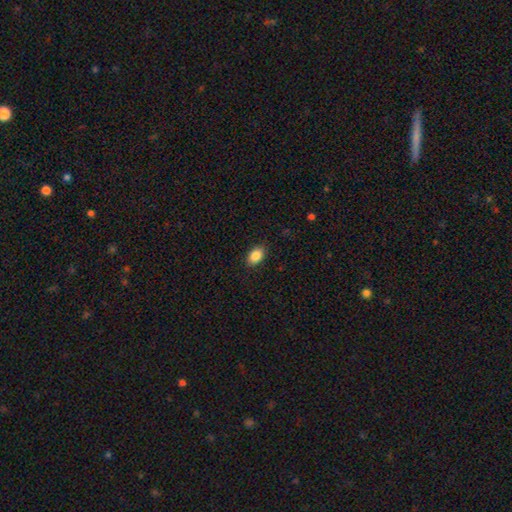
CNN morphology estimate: Smooth or featured? smooth (87%)
How rounded? in between (87%)
Merging? none (88%)